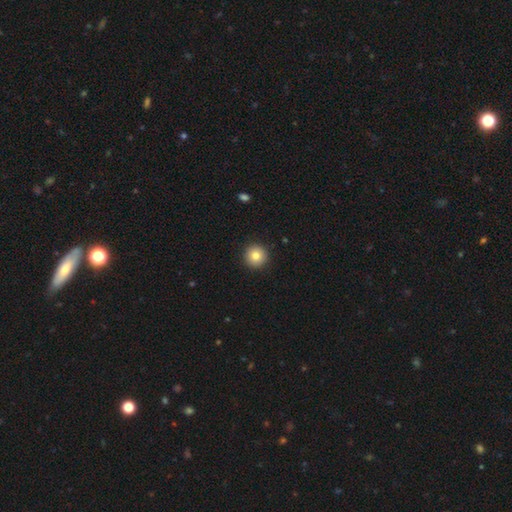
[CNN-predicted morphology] Smooth or featured?
  - smooth: 82% *
  - star or artifact: 9%
  - featured or disk: 9%
How rounded?
  - round: 96% *
  - in between: 3%
  - cigar-shaped: 1%
Merging?
  - none: 93% *
  - minor disturbance: 5%
  - major disturbance: 2%
  - merger: 1%